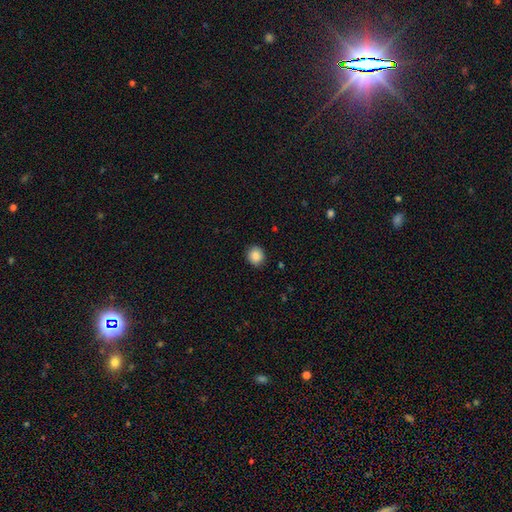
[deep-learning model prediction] This appears to be a smooth galaxy with no disk features (88%) that is round (84%). Merging: none (90%).